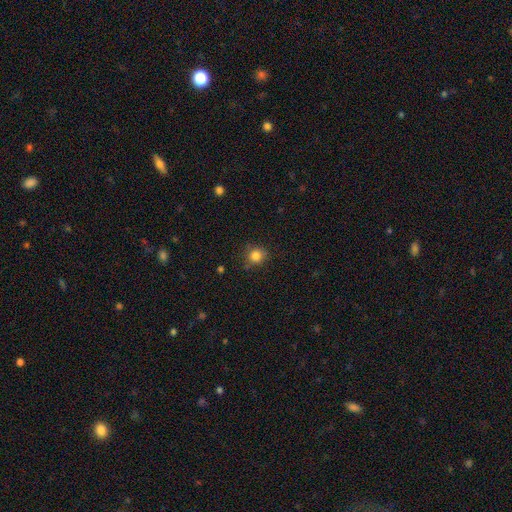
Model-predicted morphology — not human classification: Smooth or featured? smooth (84%)
How rounded? round (85%)
Merging? none (79%)